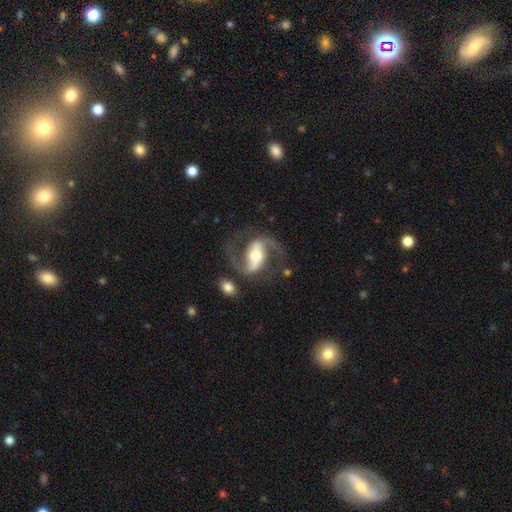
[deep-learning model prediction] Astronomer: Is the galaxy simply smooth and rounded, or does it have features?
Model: featured or disk — 90%.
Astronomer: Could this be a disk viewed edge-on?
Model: no — 97%.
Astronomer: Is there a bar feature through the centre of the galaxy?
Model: strong — 61%.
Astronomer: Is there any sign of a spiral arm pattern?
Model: yes — 96%.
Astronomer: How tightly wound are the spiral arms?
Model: medium — 57%.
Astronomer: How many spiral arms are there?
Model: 2 — 93%.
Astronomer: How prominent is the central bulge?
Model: moderate — 66%.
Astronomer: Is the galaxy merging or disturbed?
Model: none — 75%.